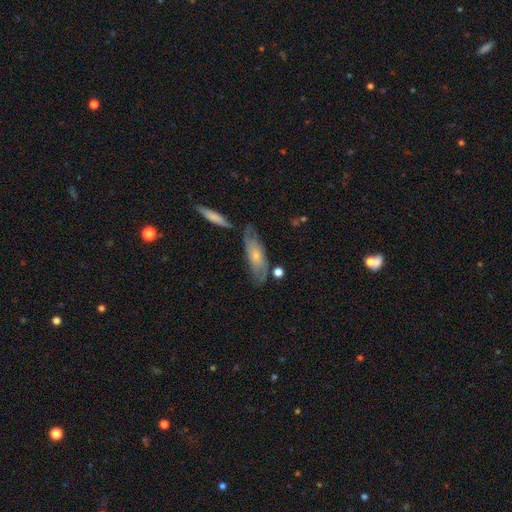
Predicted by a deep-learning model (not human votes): smooth_or_featured: smooth (p=0.51) [alt: featured or disk p=0.43]
how_rounded: in between (p=0.58) [alt: cigar-shaped p=0.40]
merging: none (p=0.64) [alt: minor disturbance p=0.20]